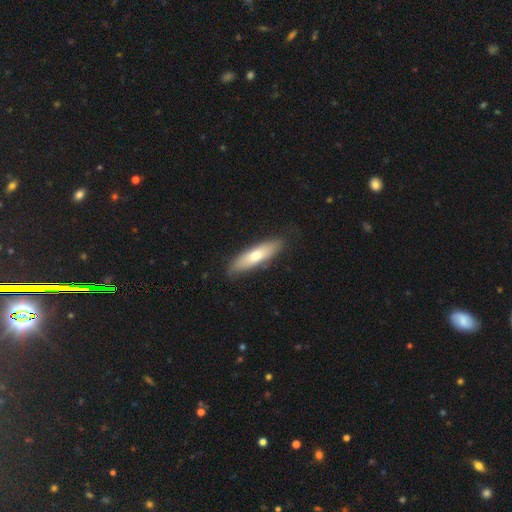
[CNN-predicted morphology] This appears to be a smooth galaxy with no disk features (64%) that is cigar-shaped (64%). Merging: none (84%).